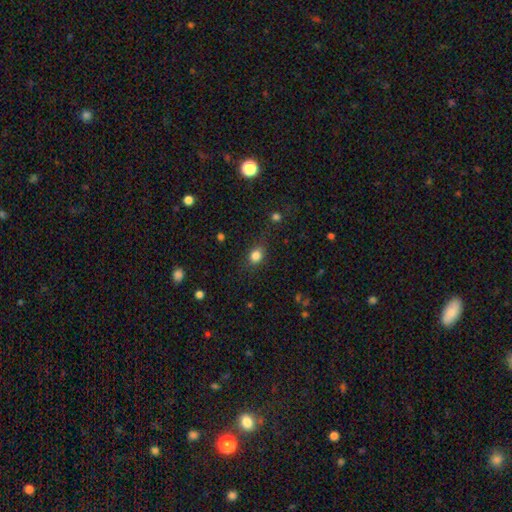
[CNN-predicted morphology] A smooth galaxy with no disk features (83%) that is round (53%). Merging: none (79%).